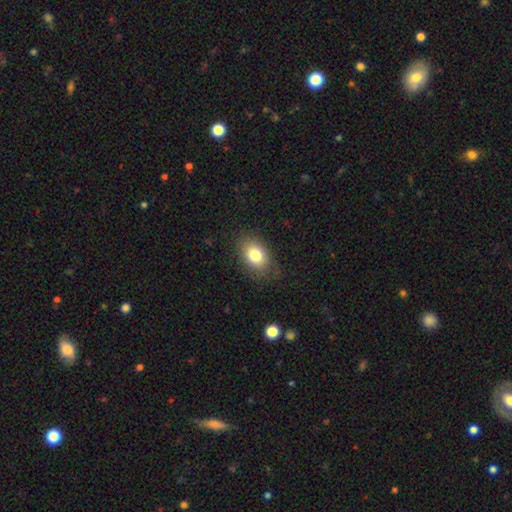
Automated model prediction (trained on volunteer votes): smooth 80%, featured or disk 10%, star or artifact 10%. Down the decision tree: how rounded — in between (77%); merging — none (83%).